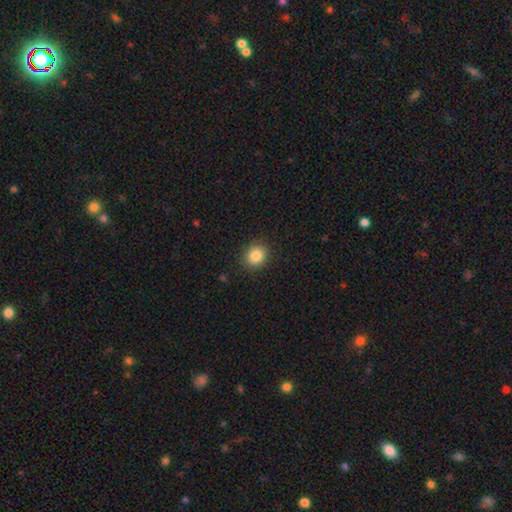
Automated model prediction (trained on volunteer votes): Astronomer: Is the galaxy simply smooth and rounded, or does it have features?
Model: smooth — 85%.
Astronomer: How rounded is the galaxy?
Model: round — 72%.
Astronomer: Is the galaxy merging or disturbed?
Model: none — 88%.